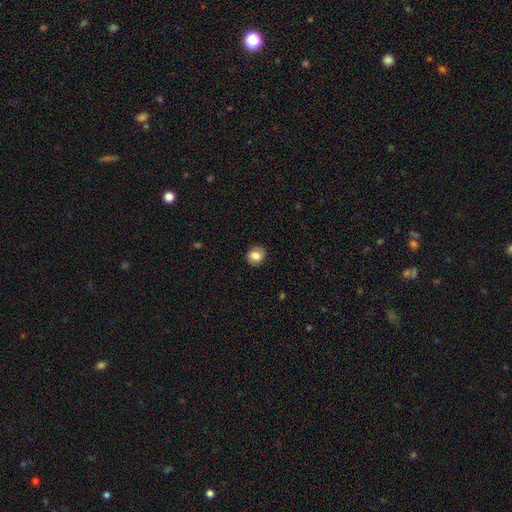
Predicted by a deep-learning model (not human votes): Smooth or featured? smooth (79%)
How rounded? round (75%)
Merging? none (86%)